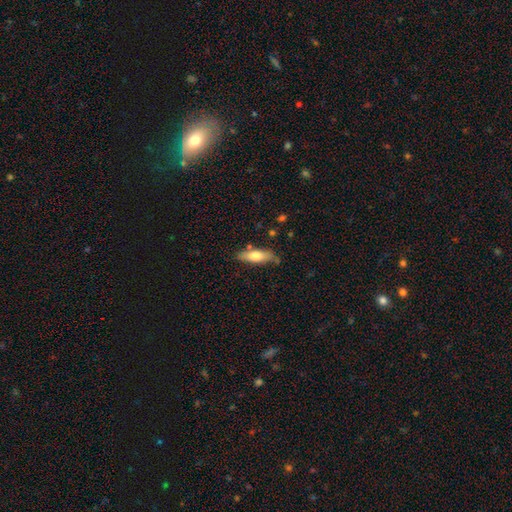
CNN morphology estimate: Smooth or featured?
  - smooth: 65% *
  - featured or disk: 29%
  - star or artifact: 6%
How rounded?
  - cigar-shaped: 49% *
  - in between: 48%
  - round: 2%
Merging?
  - none: 75% *
  - minor disturbance: 17%
  - merger: 4%
  - major disturbance: 3%